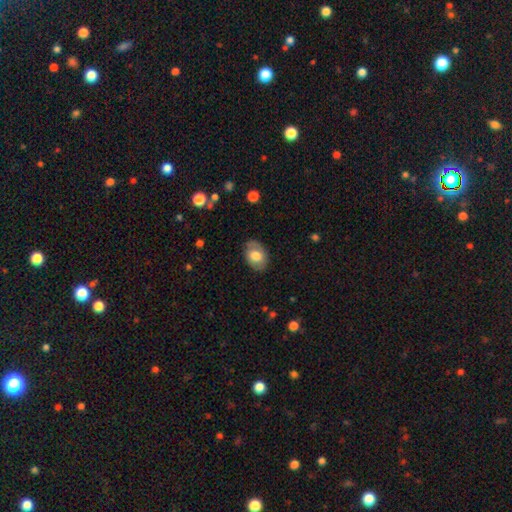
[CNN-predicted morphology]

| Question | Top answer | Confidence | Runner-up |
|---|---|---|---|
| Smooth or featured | smooth | 70% | featured or disk (23%) |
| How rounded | in between | 79% | round (20%) |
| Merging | none | 81% | minor disturbance (15%) |